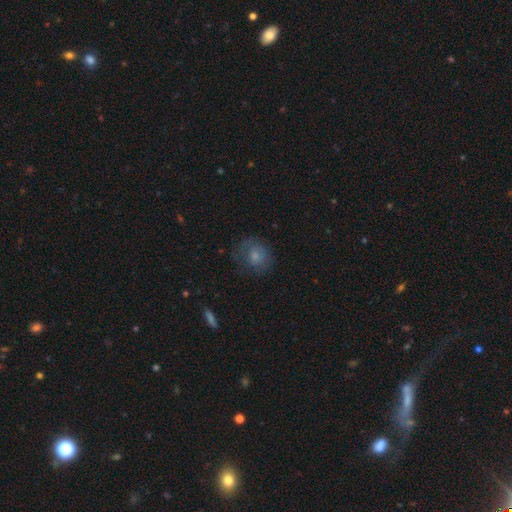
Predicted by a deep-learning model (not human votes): The model was most divided on "how rounded": round: 67%, in between: 32%, cigar-shaped: 1%. More confident: smooth or featured — smooth (67%); merging — none (61%).